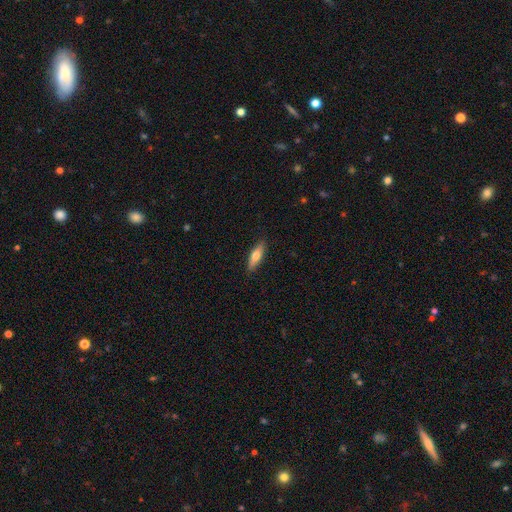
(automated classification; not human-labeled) smooth 63%, featured or disk 31%, star or artifact 6%. Down the decision tree: how rounded — cigar-shaped (53%); merging — none (87%).